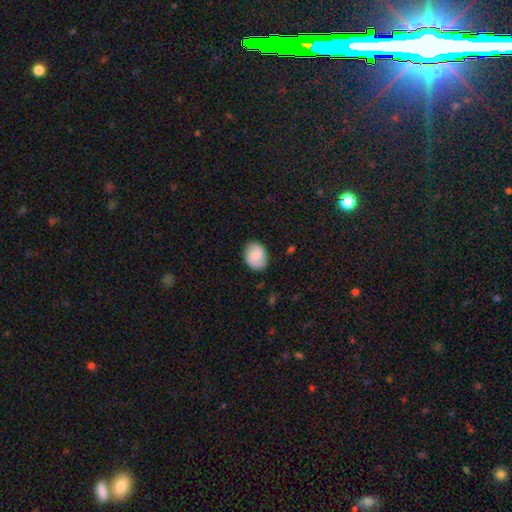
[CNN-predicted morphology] This appears to be a smooth galaxy with no disk features (74%) that is in between round and cigar-shaped (62%). Merging: none (84%).